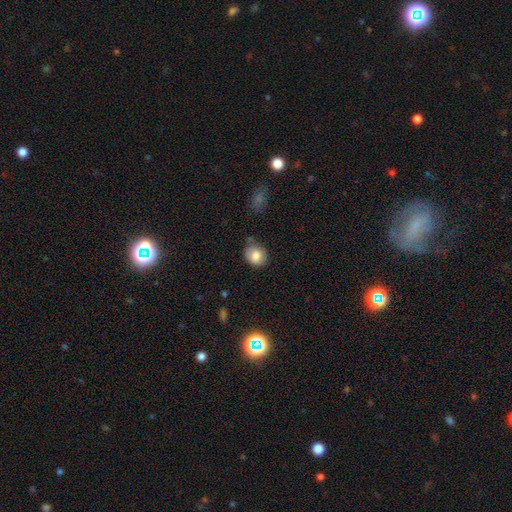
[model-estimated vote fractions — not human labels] smooth 82%, featured or disk 9%, star or artifact 9%. Down the decision tree: how rounded — round (68%); merging — none (68%).